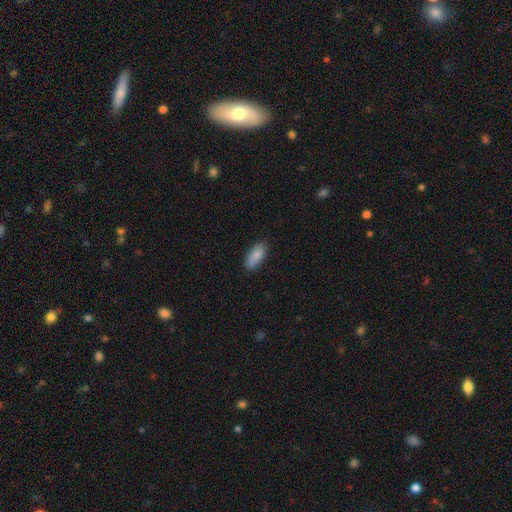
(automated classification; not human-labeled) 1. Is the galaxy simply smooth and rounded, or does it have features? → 86% smooth, 7% featured or disk, 6% star or artifact.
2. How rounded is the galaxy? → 86% in between, 12% cigar-shaped, 2% round.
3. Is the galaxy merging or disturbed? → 82% none, 14% minor disturbance, 2% major disturbance, 1% merger.